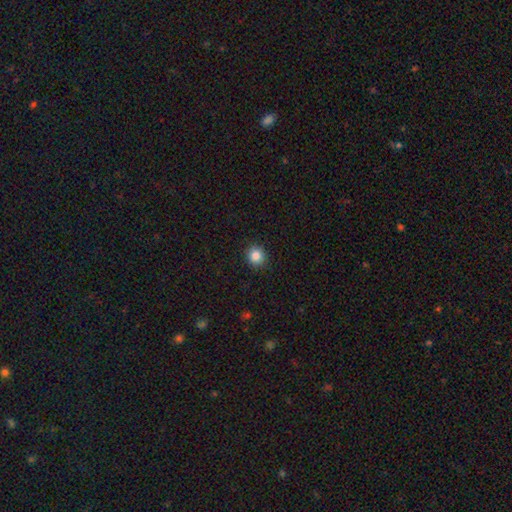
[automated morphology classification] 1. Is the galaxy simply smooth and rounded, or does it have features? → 85% smooth, 10% star or artifact, 5% featured or disk.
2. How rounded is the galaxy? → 89% round, 10% in between, 1% cigar-shaped.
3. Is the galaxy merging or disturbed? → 91% none, 6% minor disturbance, 2% major disturbance, 1% merger.